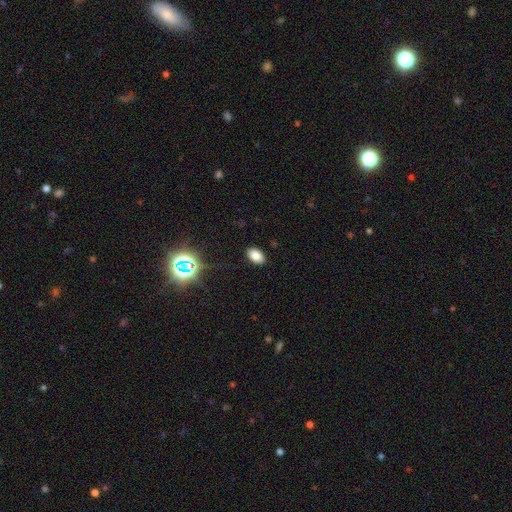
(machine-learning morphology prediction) Smooth or featured: smooth — 78% (star or artifact — 15%)
How rounded: in between — 90% (round — 8%)
Merging: none — 89% (minor disturbance — 8%)